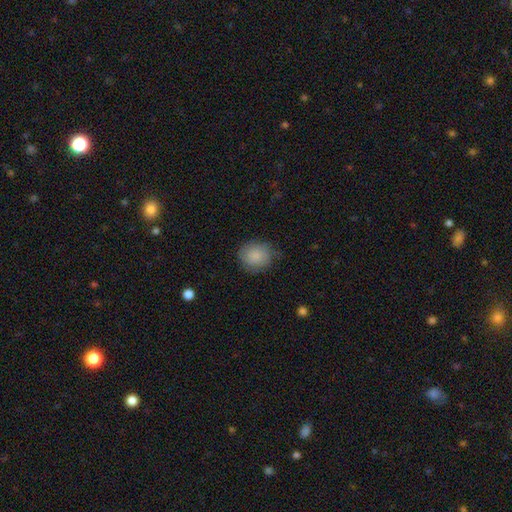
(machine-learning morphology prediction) type=smooth (83%); roundness=round (82%); merging=none (71%).